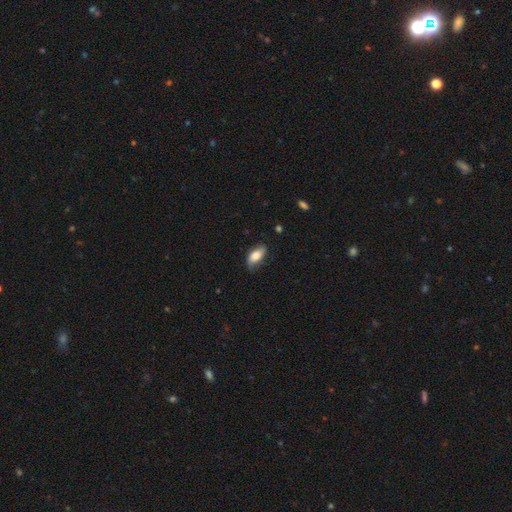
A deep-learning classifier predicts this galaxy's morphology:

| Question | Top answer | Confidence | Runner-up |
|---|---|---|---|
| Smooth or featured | smooth | 77% | featured or disk (16%) |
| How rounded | in between | 89% | cigar-shaped (7%) |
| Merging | none | 69% | minor disturbance (25%) |